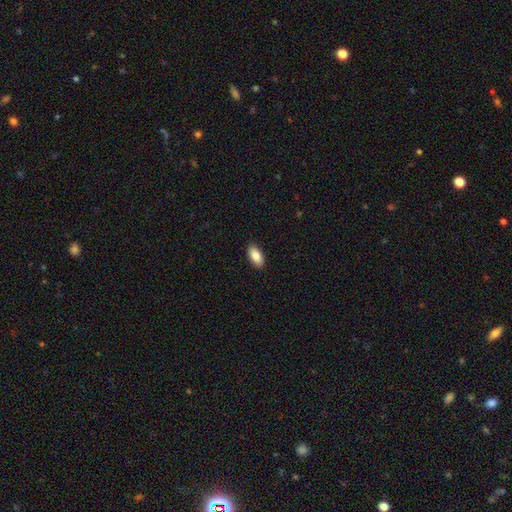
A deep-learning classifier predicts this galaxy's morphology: This is clearly a smooth galaxy (86%). How rounded: clearly in between (90%). Merging: clearly none (90%).